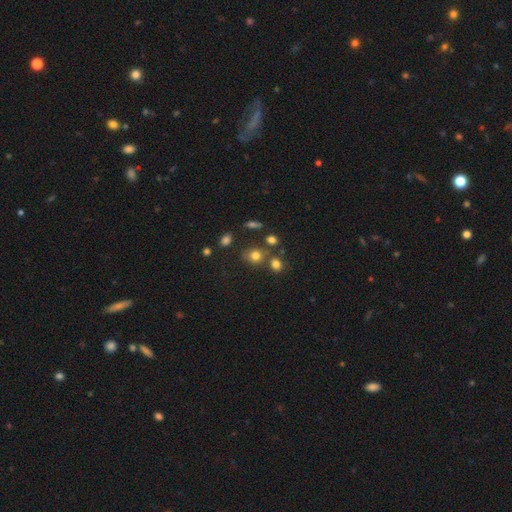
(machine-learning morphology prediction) smooth_or_featured: smooth (p=0.74) [alt: star or artifact p=0.16]
how_rounded: round (p=0.65) [alt: in between p=0.34]
merging: none (p=0.63) [alt: merger p=0.18]